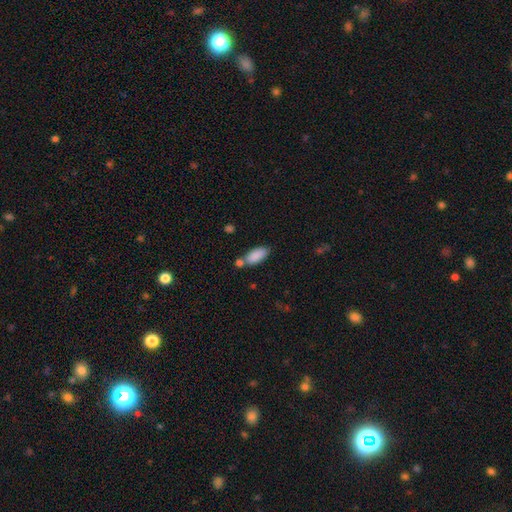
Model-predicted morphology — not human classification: This appears to be a smooth galaxy with no disk features (88%) that is in between round and cigar-shaped (86%). Merging: none (59%).